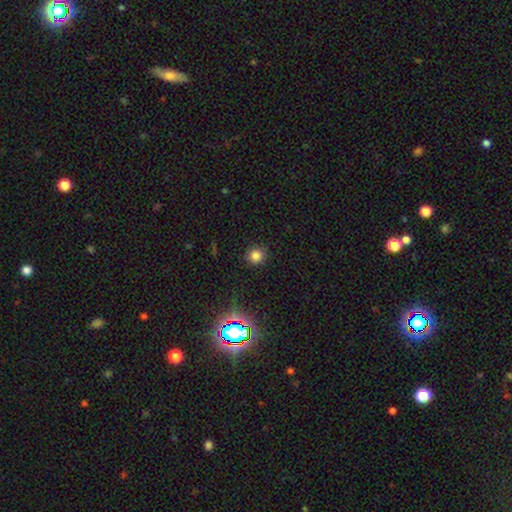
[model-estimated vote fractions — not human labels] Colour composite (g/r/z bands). It shows a smooth galaxy with no disk features (78%) that is round (91%). Merging: none (88%).